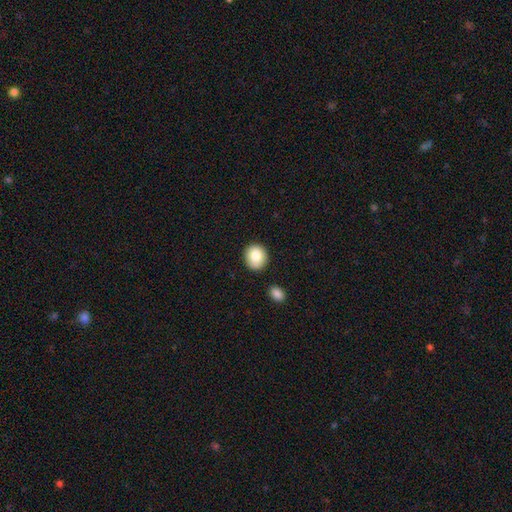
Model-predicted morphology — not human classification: Overall: smooth (84%). How rounded: round (78%). Merging: none (85%).